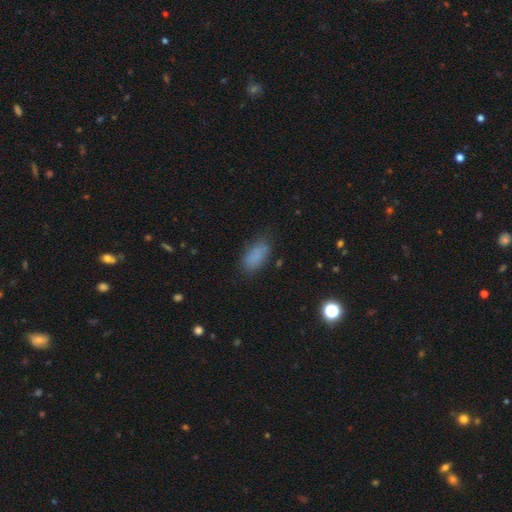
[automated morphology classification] smooth_or_featured: smooth (p=0.82) [alt: star or artifact p=0.10]
how_rounded: in between (p=0.88) [alt: cigar-shaped p=0.09]
merging: none (p=0.73) [alt: minor disturbance p=0.19]